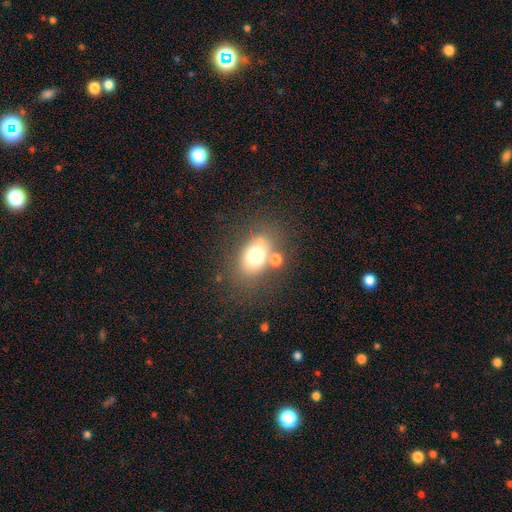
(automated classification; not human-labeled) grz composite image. It shows a smooth galaxy with no disk features (68%) that is in between round and cigar-shaped (74%). Merging: none (61%).